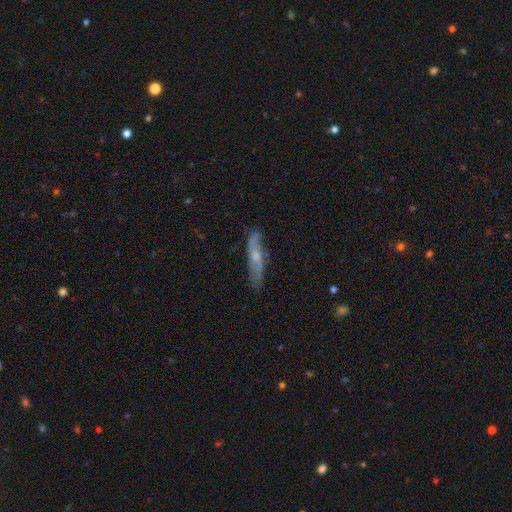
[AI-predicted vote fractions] Smooth or featured? featured or disk (56%)
Edge-on disk? yes (57%)
Merging? none (76%)